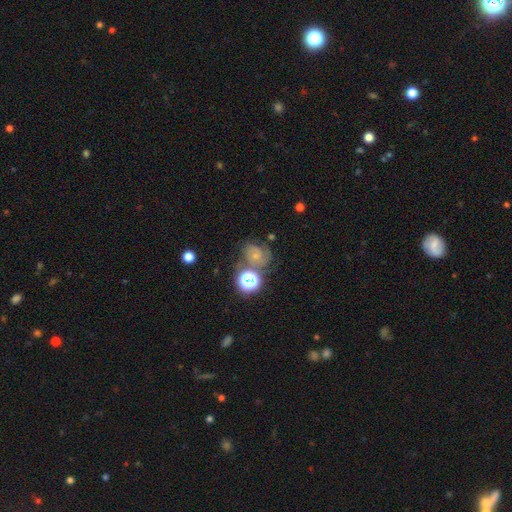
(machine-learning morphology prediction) smooth_or_featured: featured or disk (p=0.41) [alt: smooth p=0.37]
merging: none (p=0.50) [alt: minor disturbance p=0.21]